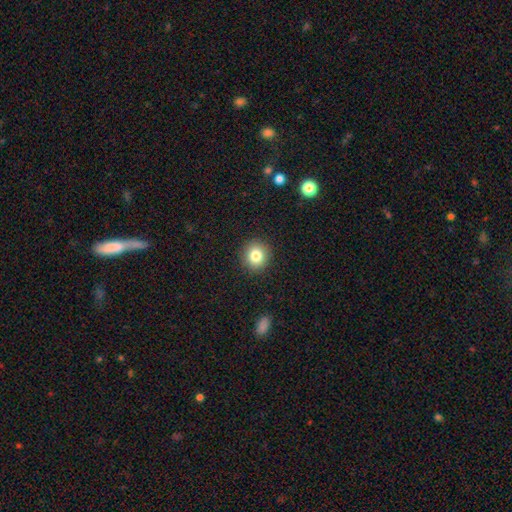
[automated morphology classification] The model was most divided on "smooth or featured": smooth: 82%, star or artifact: 10%, featured or disk: 8%. More confident: merging — none (91%); how rounded — round (86%).